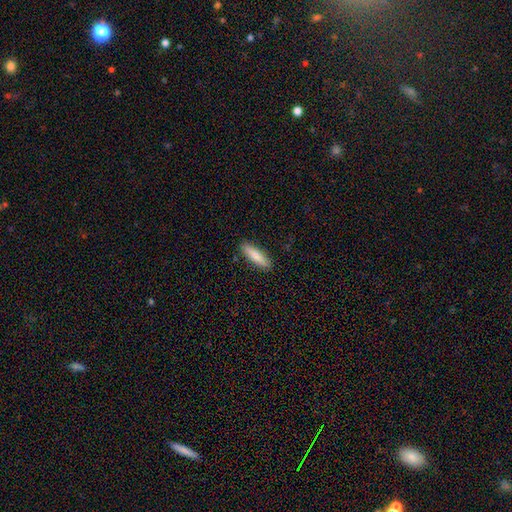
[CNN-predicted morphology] Smooth or featured: smooth — 83% (featured or disk — 12%)
How rounded: cigar-shaped — 67% (in between — 32%)
Merging: none — 89% (minor disturbance — 8%)